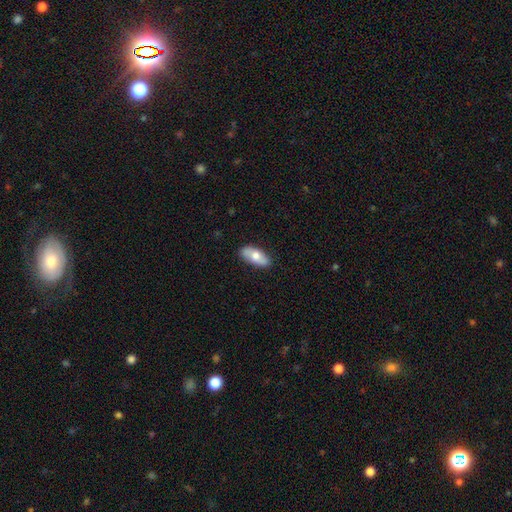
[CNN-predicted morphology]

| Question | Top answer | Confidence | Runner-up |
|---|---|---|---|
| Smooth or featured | smooth | 65% | featured or disk (30%) |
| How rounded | in between | 85% | cigar-shaped (11%) |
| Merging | none | 84% | minor disturbance (13%) |